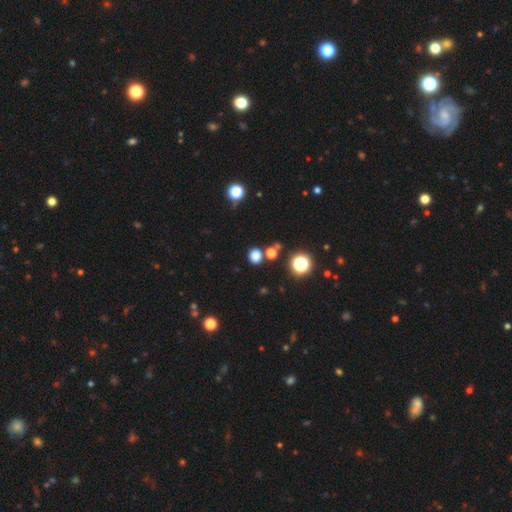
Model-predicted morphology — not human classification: smooth 77%, star or artifact 19%, featured or disk 4%. Down the decision tree: how rounded — round (86%); merging — none (82%).